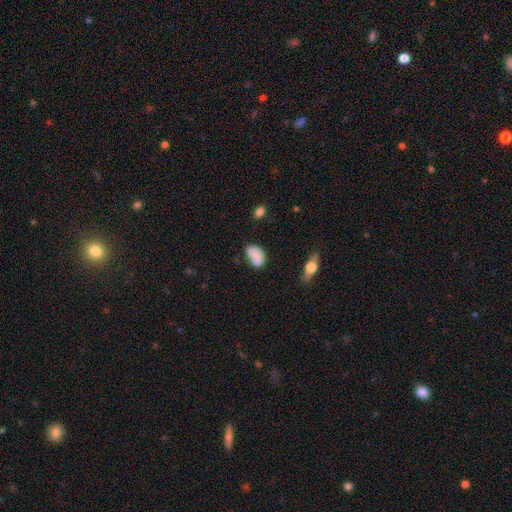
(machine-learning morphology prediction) Overall: smooth (74%). How rounded: in between (88%). Merging: none (52%; minor disturbance 29%).